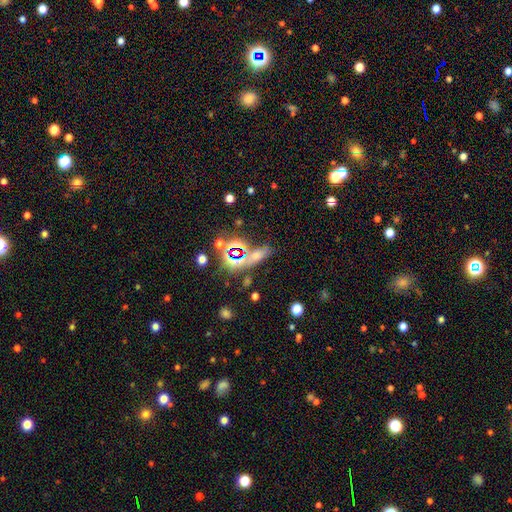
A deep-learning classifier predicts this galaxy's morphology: The model was most divided on "smooth or featured": star or artifact: 52%, smooth: 31%, featured or disk: 18%.